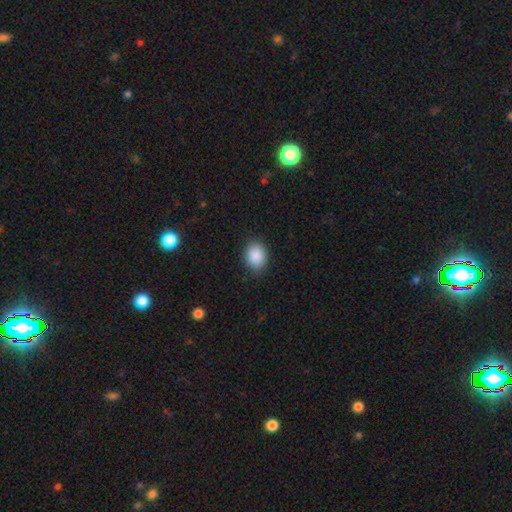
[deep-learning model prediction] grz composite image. It shows a smooth galaxy with no disk features (89%) that is in between round and cigar-shaped (56%). Merging: none (88%).